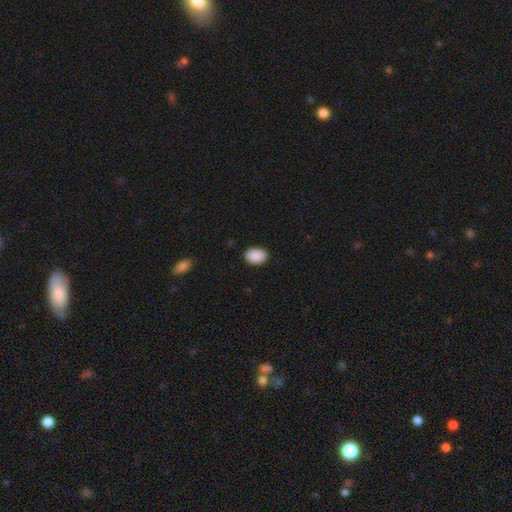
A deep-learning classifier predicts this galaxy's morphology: Smooth or featured?
  - smooth: 91% *
  - star or artifact: 7%
  - featured or disk: 2%
How rounded?
  - in between: 78% *
  - round: 21%
  - cigar-shaped: 1%
Merging?
  - none: 90% *
  - minor disturbance: 7%
  - major disturbance: 2%
  - merger: 1%